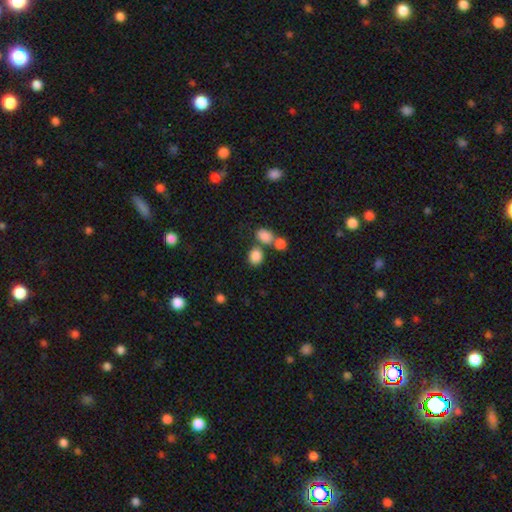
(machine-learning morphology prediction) A smooth galaxy with no disk features (84%) that is round (68%). Merging: none (56%).